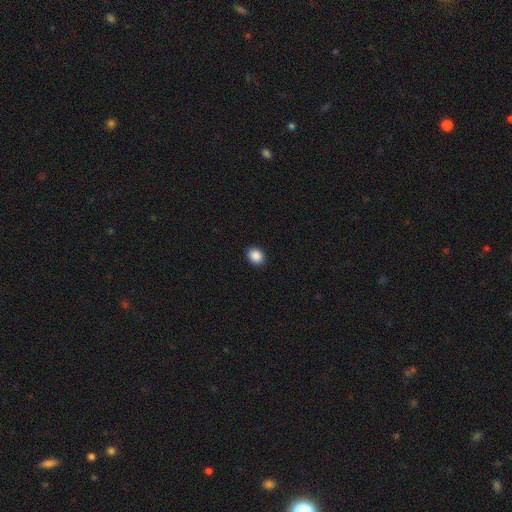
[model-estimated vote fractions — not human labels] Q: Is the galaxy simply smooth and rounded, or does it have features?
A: smooth — 89%.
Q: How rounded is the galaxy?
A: in between — 53%.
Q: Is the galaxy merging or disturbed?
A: none — 91%.